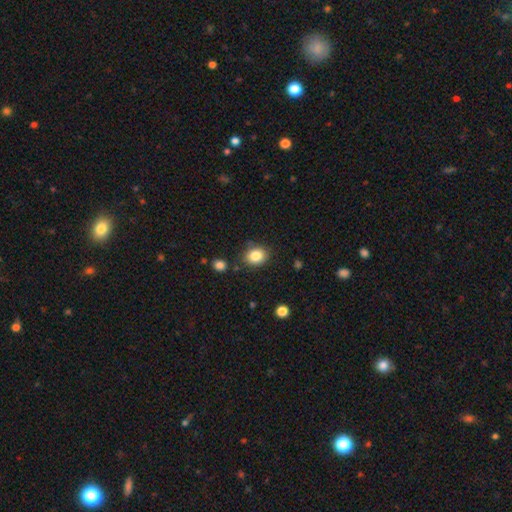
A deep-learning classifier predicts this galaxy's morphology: The model was most divided on "how rounded": round: 58%, in between: 41%, cigar-shaped: 1%. More confident: smooth or featured — smooth (84%); merging — none (82%).